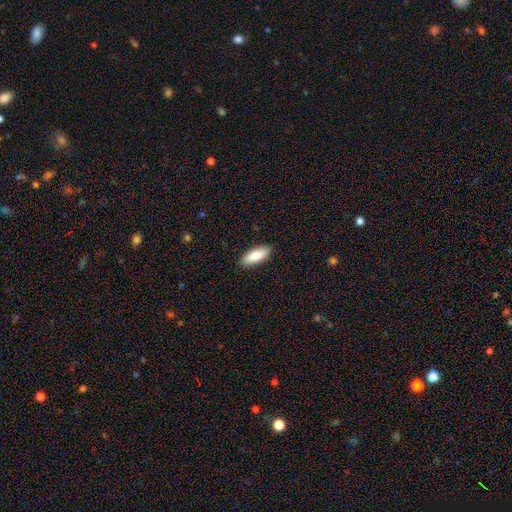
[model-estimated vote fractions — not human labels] Smooth or featured?
  - smooth: 86% *
  - featured or disk: 8%
  - star or artifact: 6%
How rounded?
  - in between: 76% *
  - cigar-shaped: 23%
  - round: 2%
Merging?
  - none: 89% *
  - minor disturbance: 9%
  - major disturbance: 2%
  - merger: 1%